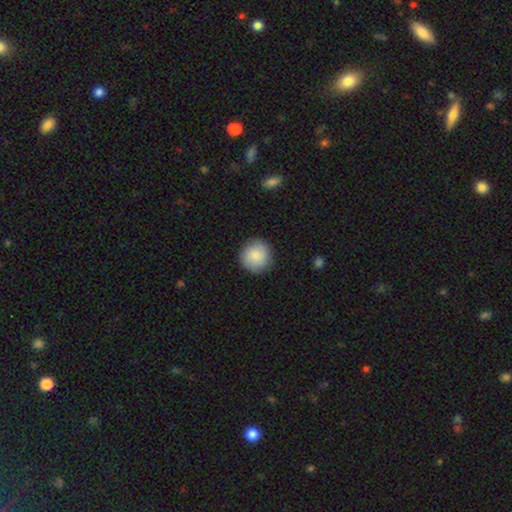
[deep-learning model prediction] smooth_or_featured: smooth (p=0.81) [alt: featured or disk p=0.12]
how_rounded: round (p=0.94) [alt: in between p=0.05]
merging: none (p=0.88) [alt: minor disturbance p=0.08]